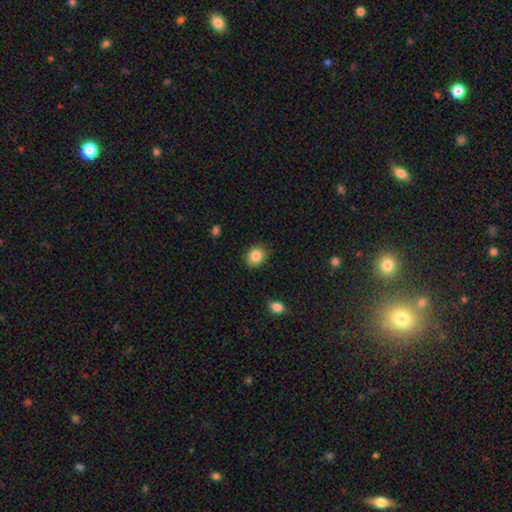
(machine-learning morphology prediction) The model was most divided on "how rounded": round: 59%, in between: 40%, cigar-shaped: 1%. More confident: merging — none (86%); smooth or featured — smooth (85%).